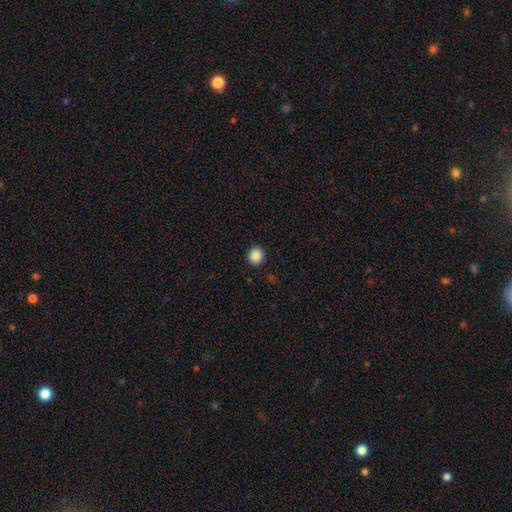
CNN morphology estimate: A smooth galaxy with no disk features (87%) that is round (89%).

Vote fractions:
- Smooth or featured? smooth: 87% / star or artifact: 9% / featured or disk: 3%
- How rounded? round: 89% / in between: 10% / cigar-shaped: 1%
- Merging? none: 92% / minor disturbance: 5% / major disturbance: 2% / merger: 1%